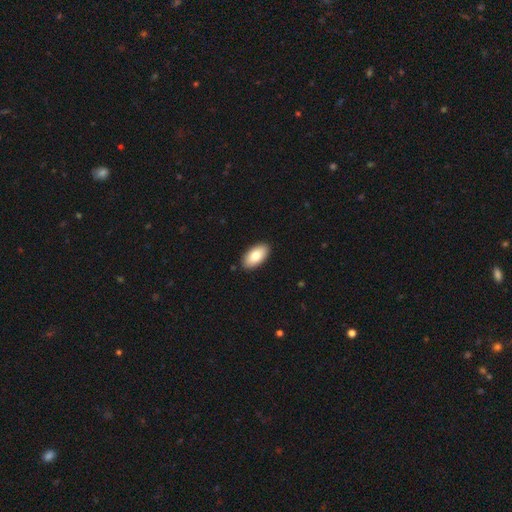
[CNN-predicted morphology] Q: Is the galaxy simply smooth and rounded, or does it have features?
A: smooth — 82%.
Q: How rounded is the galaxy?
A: in between — 95%.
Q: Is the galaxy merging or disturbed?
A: none — 90%.